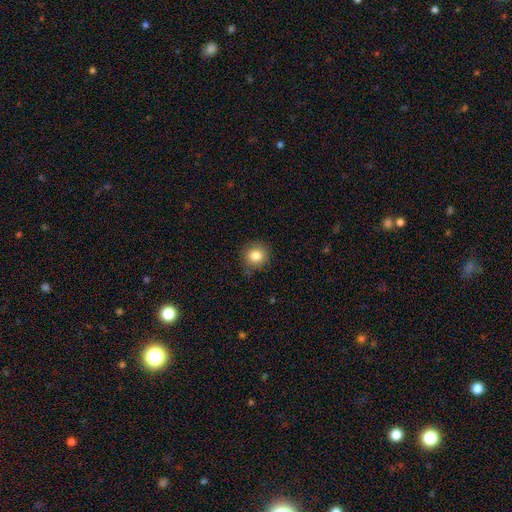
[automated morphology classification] This appears to be a smooth galaxy with no disk features (84%) that is round (91%). Merging: none (87%).